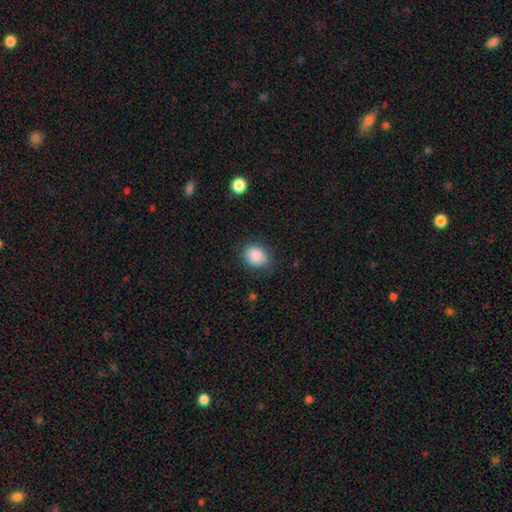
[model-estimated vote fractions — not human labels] A smooth galaxy with no disk features (88%) that is round (54%). Merging: none (82%).